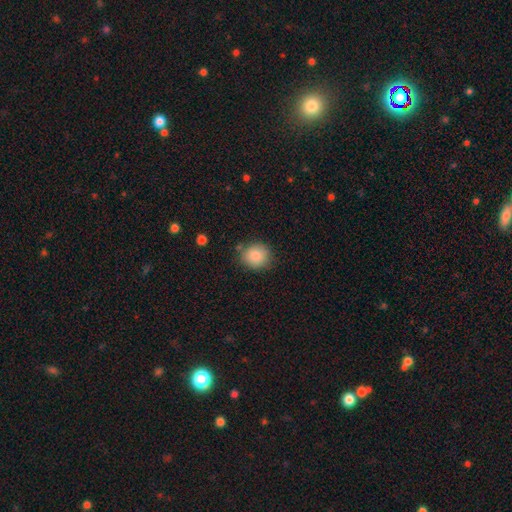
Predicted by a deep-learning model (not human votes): Smooth or featured?
  - smooth: 85% *
  - star or artifact: 9%
  - featured or disk: 7%
How rounded?
  - round: 82% *
  - in between: 17%
  - cigar-shaped: 1%
Merging?
  - none: 80% *
  - minor disturbance: 13%
  - merger: 3%
  - major disturbance: 3%